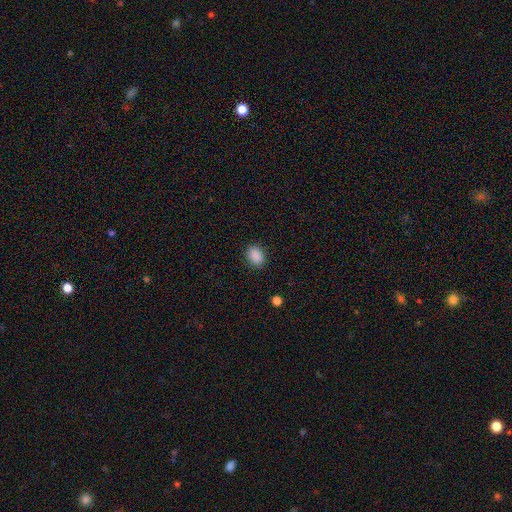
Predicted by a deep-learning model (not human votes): A smooth galaxy with no disk features (88%) that is in between round and cigar-shaped (71%).

Vote fractions:
- Smooth or featured? smooth: 88% / star or artifact: 9% / featured or disk: 3%
- How rounded? in between: 71% / round: 28% / cigar-shaped: 1%
- Merging? none: 87% / minor disturbance: 9% / major disturbance: 3% / merger: 1%